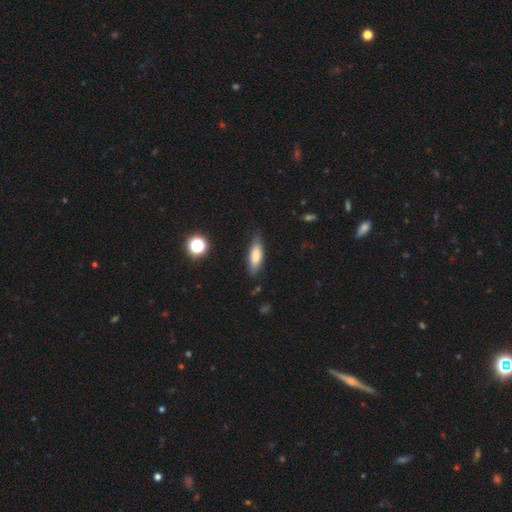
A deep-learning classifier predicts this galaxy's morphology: This appears to be a smooth galaxy with no disk features (77%) that is in between round and cigar-shaped (61%). Merging: none (78%).